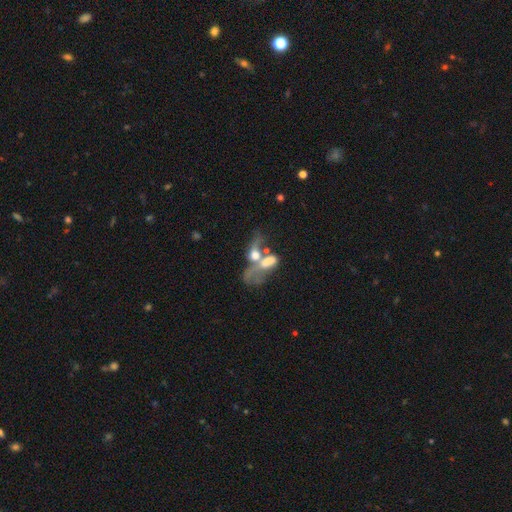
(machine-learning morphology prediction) smooth-or-featured: featured or disk: 44% (tied) | smooth: 44% (tied) | star or artifact: 11%
  merging: merger: 65% | major disturbance: 18% | none: 11% | minor disturbance: 6%